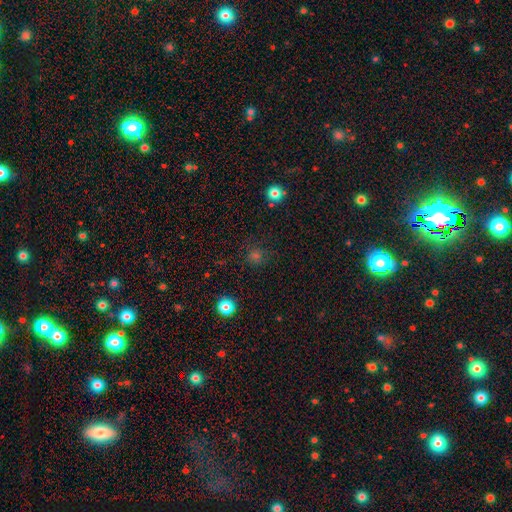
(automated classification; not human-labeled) smooth_or_featured: smooth (p=0.62) [alt: star or artifact p=0.31]
how_rounded: round (p=0.91) [alt: in between p=0.08]
merging: none (p=0.83) [alt: minor disturbance p=0.11]